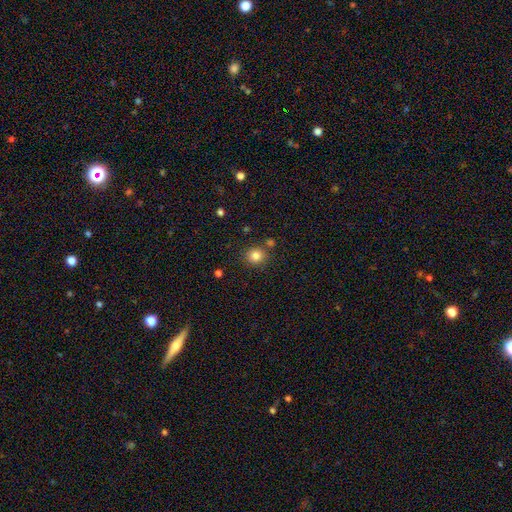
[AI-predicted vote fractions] This is clearly a smooth galaxy (83%). How rounded: clearly round (86%). Merging: likely none (80%).